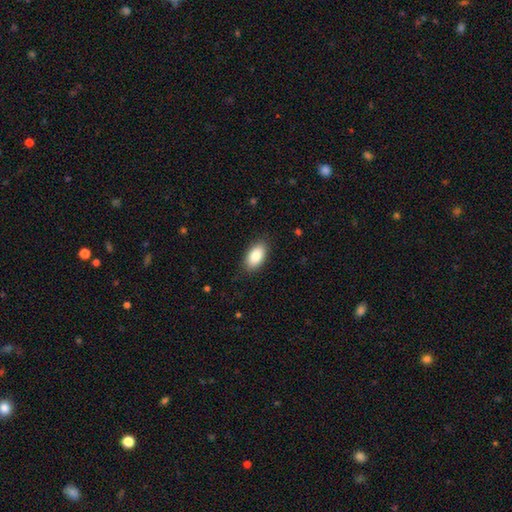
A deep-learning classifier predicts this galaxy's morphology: Overall: smooth (87%). How rounded: in between (94%). Merging: none (86%).